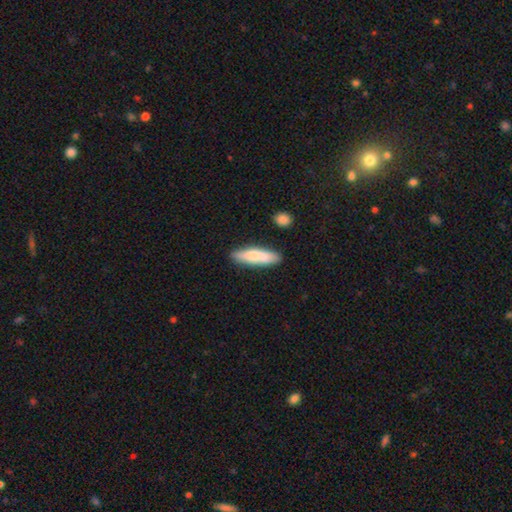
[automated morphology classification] type=smooth (73%); roundness=cigar-shaped (68%); merging=none (79%).